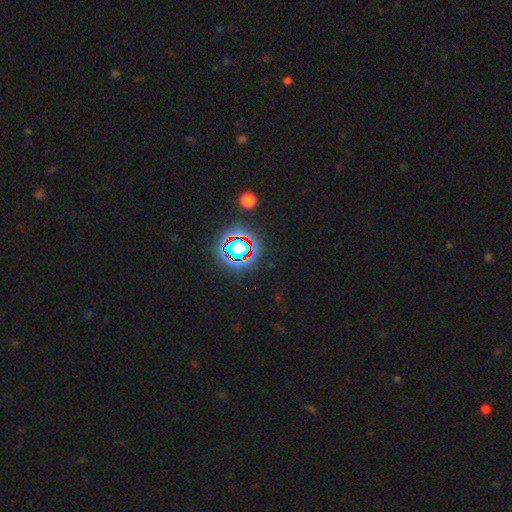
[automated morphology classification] Smooth or featured? star or artifact (78%)